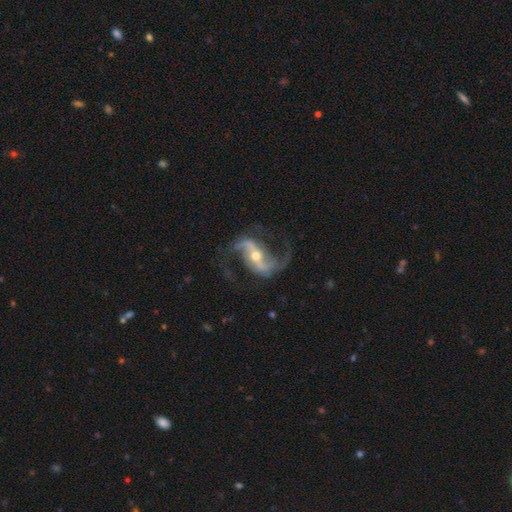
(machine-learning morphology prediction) Smooth or featured: featured or disk — 92% (star or artifact — 5%)
Edge-on disk: no — 97% (yes — 3%)
Bar: strong — 47% (weak — 32%)
Spiral arms: yes — 98% (no — 2%)
Spiral winding: loose — 63% (medium — 31%)
Spiral arm count: 2 — 94% (1 — 2%)
Bulge size: moderate — 58% (small — 38%)
Merging: none — 77% (minor disturbance — 12%)